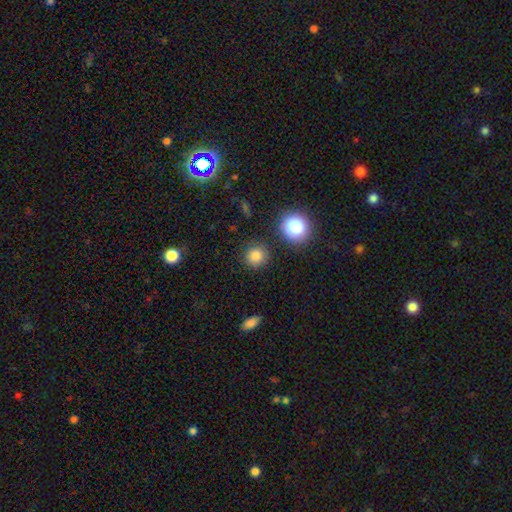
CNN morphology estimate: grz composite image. It shows a smooth galaxy with no disk features (84%) that is round (92%). Merging: none (86%).